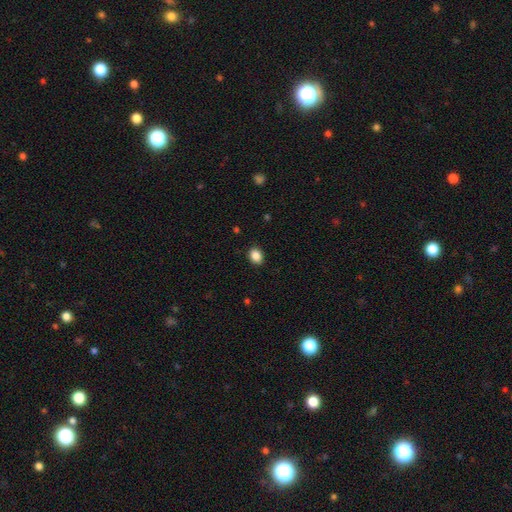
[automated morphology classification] A smooth galaxy with no disk features (87%) that is in between round and cigar-shaped (61%).

Vote fractions:
- Smooth or featured? smooth: 87% / star or artifact: 9% / featured or disk: 4%
- How rounded? in between: 61% / round: 38% / cigar-shaped: 1%
- Merging? none: 90% / minor disturbance: 7% / major disturbance: 2% / merger: 1%